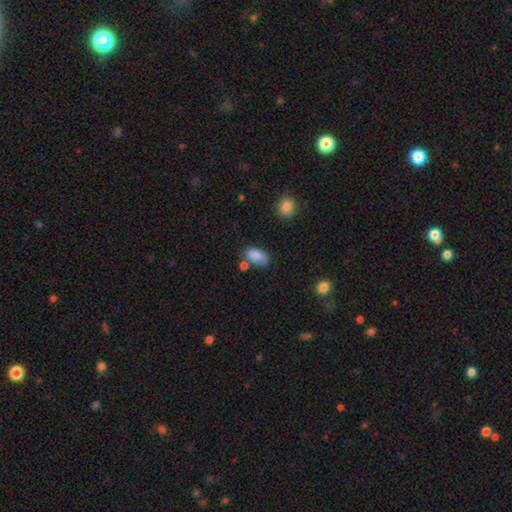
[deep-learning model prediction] A smooth galaxy with no disk features (87%) that is in between round and cigar-shaped (92%).

Vote fractions:
- Smooth or featured? smooth: 87% / star or artifact: 8% / featured or disk: 5%
- How rounded? in between: 92% / round: 6% / cigar-shaped: 2%
- Merging? none: 64% / minor disturbance: 19% / merger: 12% / major disturbance: 5%